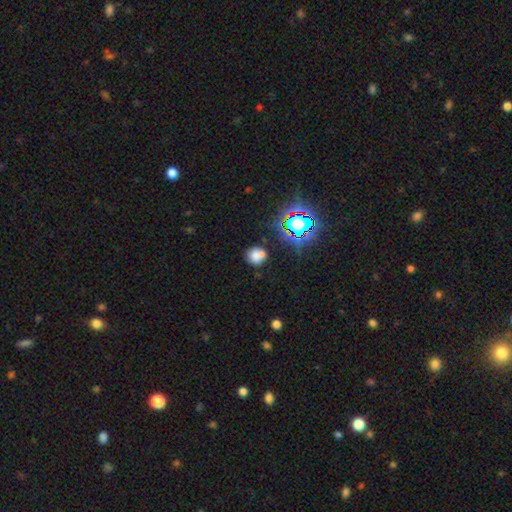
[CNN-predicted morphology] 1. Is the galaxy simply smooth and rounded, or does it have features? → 70% smooth, 19% star or artifact, 11% featured or disk.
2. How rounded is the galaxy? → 83% round, 16% in between, 1% cigar-shaped.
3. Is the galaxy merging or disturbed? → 67% none, 17% minor disturbance, 11% merger, 5% major disturbance.